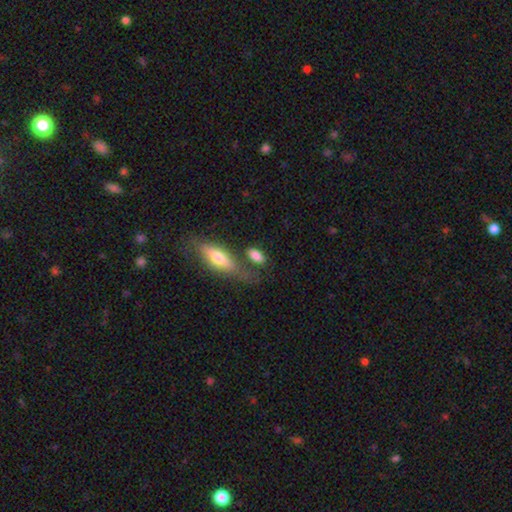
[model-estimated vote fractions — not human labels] A smooth galaxy with no disk features (80%) that is in between round and cigar-shaped (81%). Merging: none (58%).